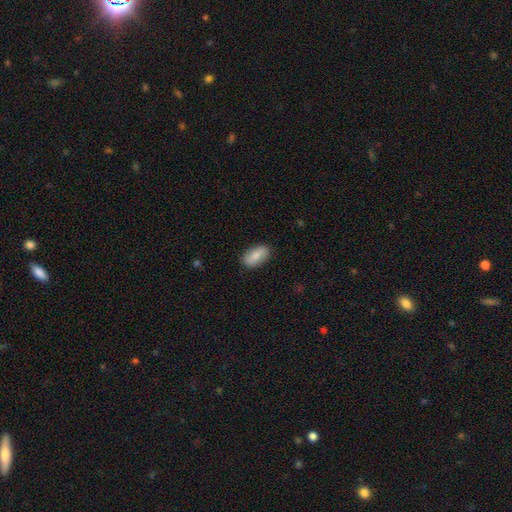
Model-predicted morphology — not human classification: A smooth galaxy with no disk features (79%) that is in between round and cigar-shaped (91%). Merging: none (86%).